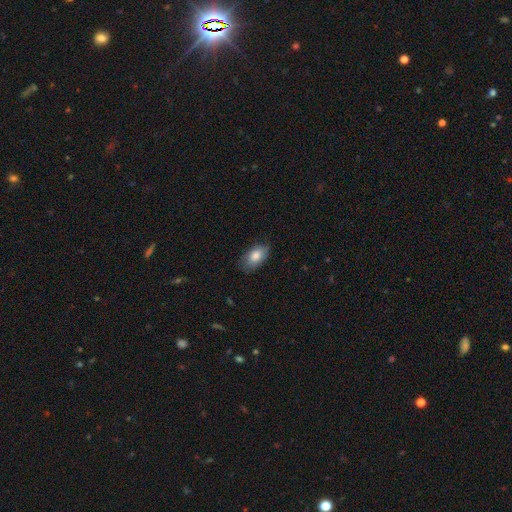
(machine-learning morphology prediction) A smooth galaxy with no disk features (82%) that is in between round and cigar-shaped (92%). Merging: none (75%).